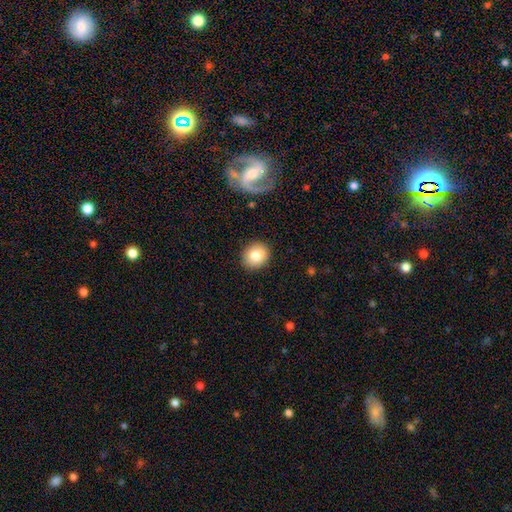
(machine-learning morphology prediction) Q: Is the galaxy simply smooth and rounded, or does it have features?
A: smooth — 81%.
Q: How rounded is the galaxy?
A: round — 75%.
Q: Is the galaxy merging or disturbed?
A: none — 89%.